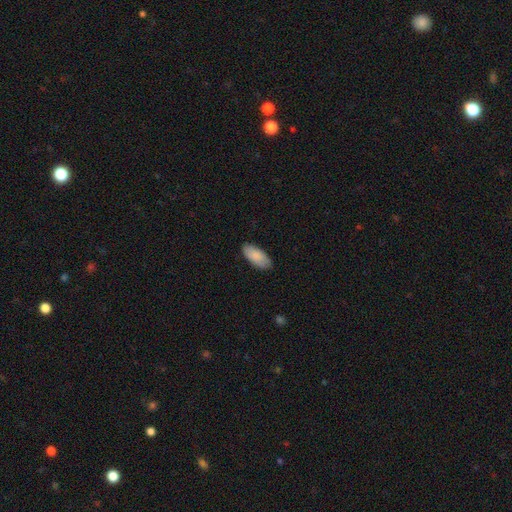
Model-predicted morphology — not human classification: smooth-or-featured: smooth: 87% | featured or disk: 8% | star or artifact: 6%
  how-rounded: in between: 91% | cigar-shaped: 7% | round: 2%
  merging: none: 84% | minor disturbance: 13% | major disturbance: 2% | merger: 1%